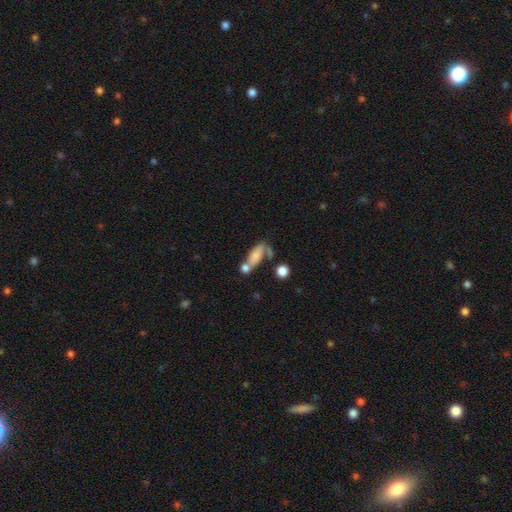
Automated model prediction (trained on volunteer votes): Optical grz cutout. It shows a smooth galaxy with no disk features (72%) that is in between round and cigar-shaped (67%). Merging: none (40%).